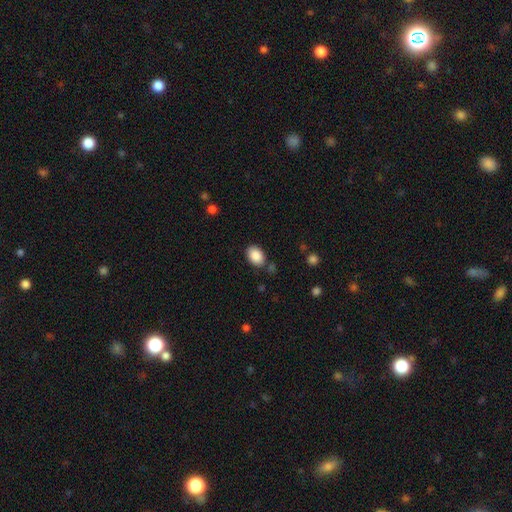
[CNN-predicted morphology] smooth-or-featured: smooth: 89% | star or artifact: 7% | featured or disk: 4%
  how-rounded: in between: 82% | round: 17% | cigar-shaped: 1%
  merging: none: 81% | minor disturbance: 12% | merger: 4% | major disturbance: 3%